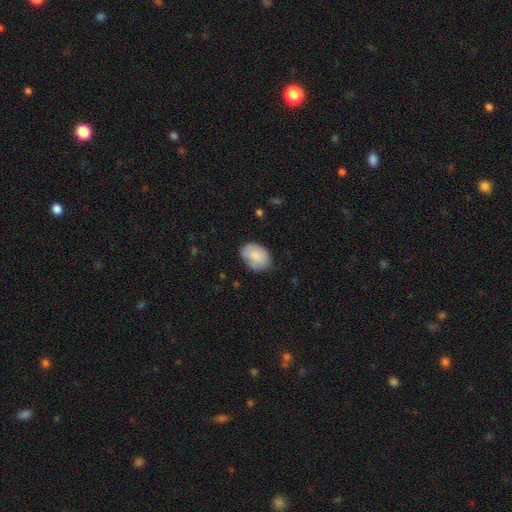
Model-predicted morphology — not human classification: Smooth or featured? Predicted: smooth (p=0.83). How rounded? Predicted: in between (p=0.81). Merging? Predicted: none (p=0.71).